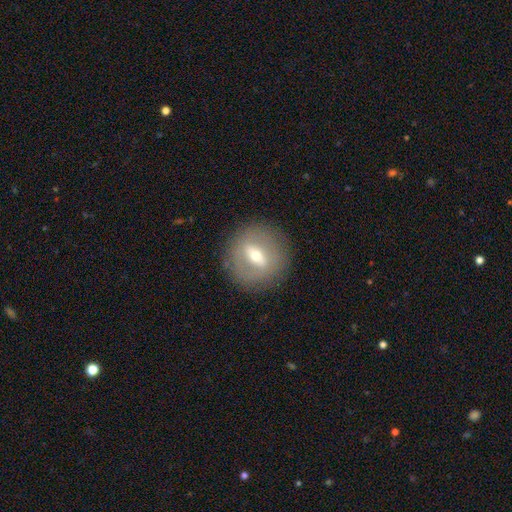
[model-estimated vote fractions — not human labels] Overall: featured or disk (59%; smooth 32%). Edge-on disk: no (82%). Merging: none (85%).